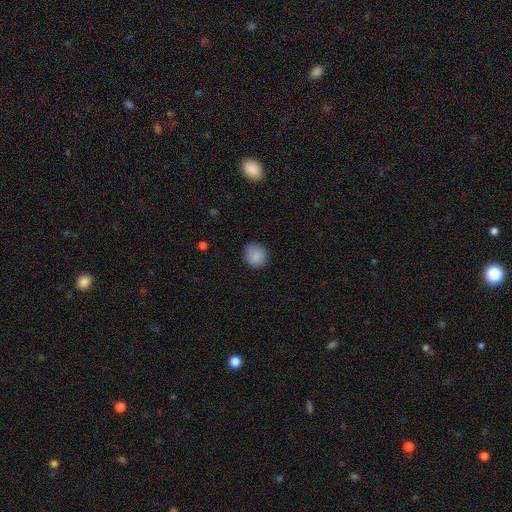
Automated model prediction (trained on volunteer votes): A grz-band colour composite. It shows a smooth galaxy with no disk features (87%) that is round (84%). Merging: none (84%).